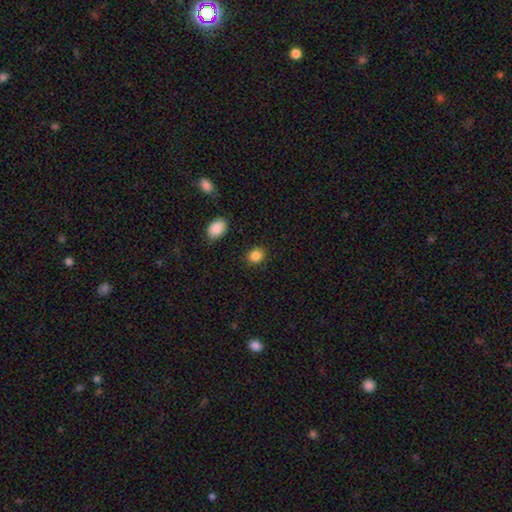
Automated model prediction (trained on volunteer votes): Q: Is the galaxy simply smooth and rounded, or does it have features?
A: smooth — 86%.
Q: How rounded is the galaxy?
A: round — 62%.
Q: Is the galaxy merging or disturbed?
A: none — 87%.